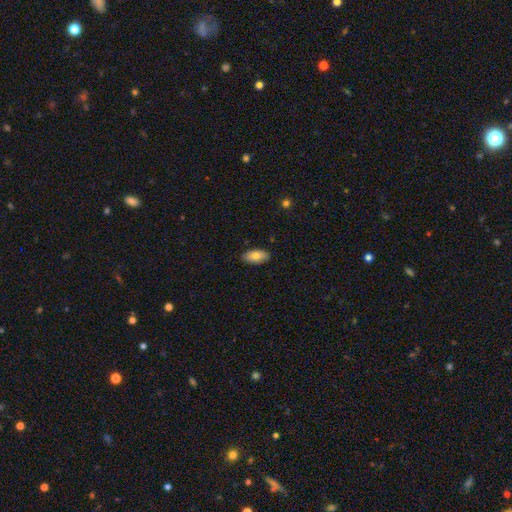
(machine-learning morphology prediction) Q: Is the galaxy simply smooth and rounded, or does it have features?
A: smooth — 79%.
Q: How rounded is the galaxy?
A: in between — 92%.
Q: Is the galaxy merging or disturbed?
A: none — 88%.